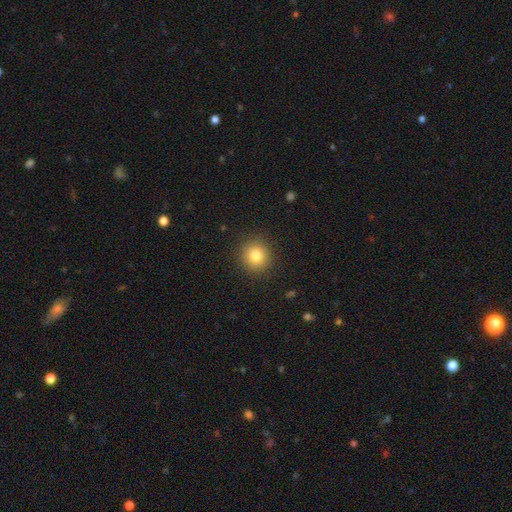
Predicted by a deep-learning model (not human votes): Morphology: type=smooth (81%); roundness=round (91%); merging=none (90%).